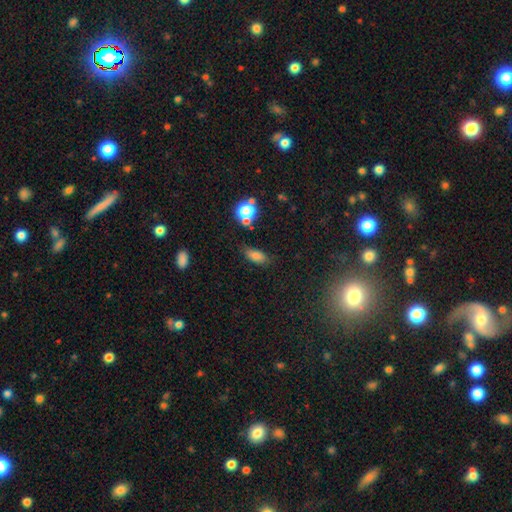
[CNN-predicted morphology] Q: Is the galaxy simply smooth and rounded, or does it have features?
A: smooth — 77%.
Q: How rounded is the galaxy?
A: in between — 80%.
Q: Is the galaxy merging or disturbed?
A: none — 76%.